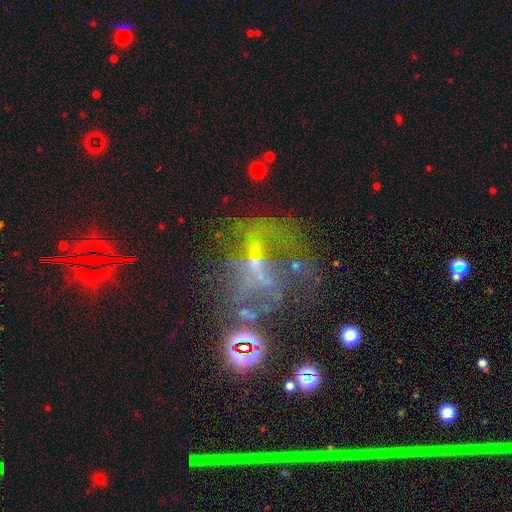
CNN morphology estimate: smooth-or-featured: featured or disk: 50% | star or artifact: 35% | smooth: 15%
  disk-edge-on: no: 94% | yes: 6%
  merging: none: 38% | major disturbance: 37% | minor disturbance: 16% | merger: 9%